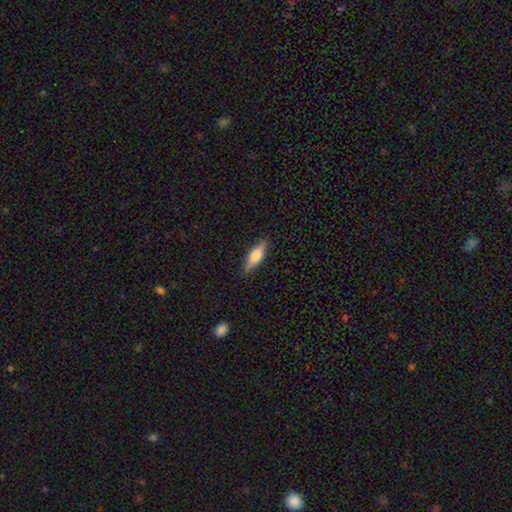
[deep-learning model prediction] Smooth or featured? smooth (62%)
How rounded? in between (50%)
Merging? none (87%)